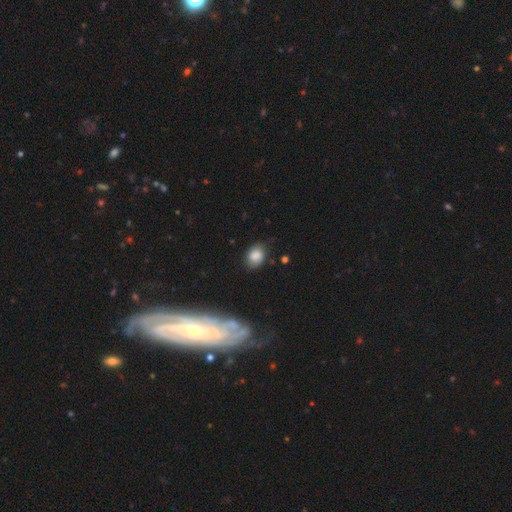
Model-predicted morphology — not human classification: The model was most divided on "how rounded": in between: 60%, round: 38%, cigar-shaped: 1%. More confident: smooth or featured — smooth (79%); merging — none (68%).